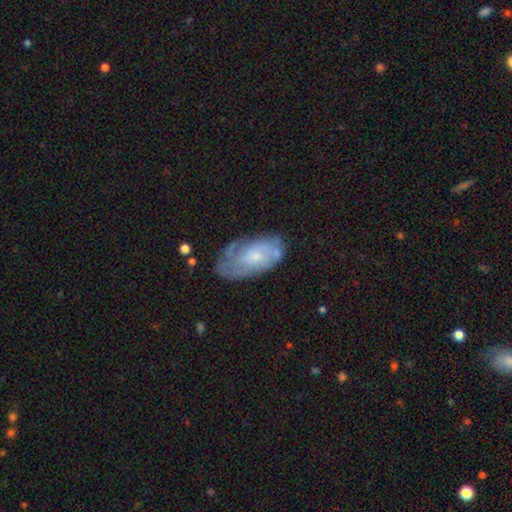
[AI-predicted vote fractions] Smooth or featured? featured or disk (59%)
Edge-on disk? no (93%)
Bar? no (71%)
Spiral arms? yes (74%)
Bulge size? small (58%)
Merging? none (59%)